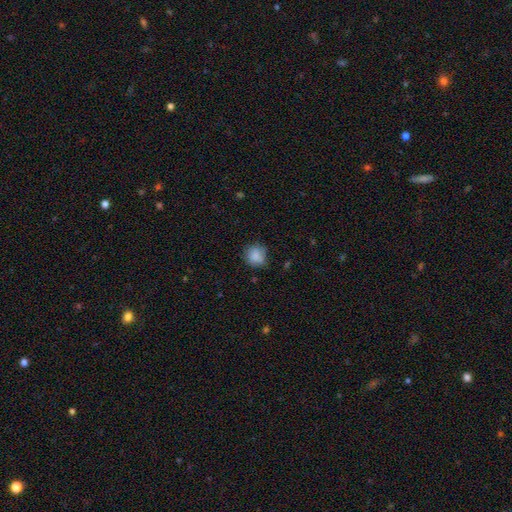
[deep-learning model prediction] Morphology: type=smooth (83%); roundness=round (80%); merging=none (69%).